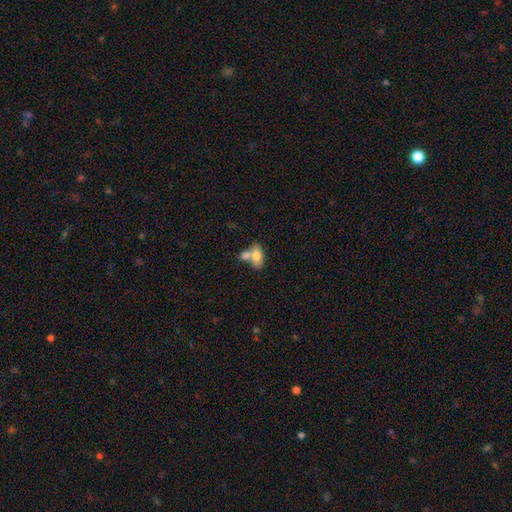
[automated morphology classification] smooth 77%, featured or disk 16%, star or artifact 7%. Down the decision tree: how rounded — in between (88%); merging — merger (52%).